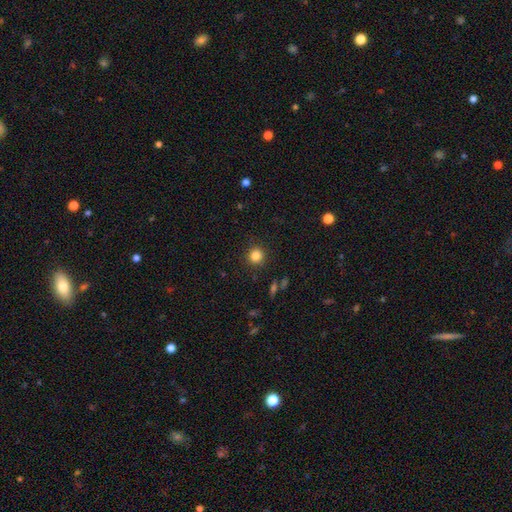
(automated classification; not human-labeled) smooth 83%, star or artifact 12%, featured or disk 5%. Down the decision tree: how rounded — round (92%); merging — none (90%).